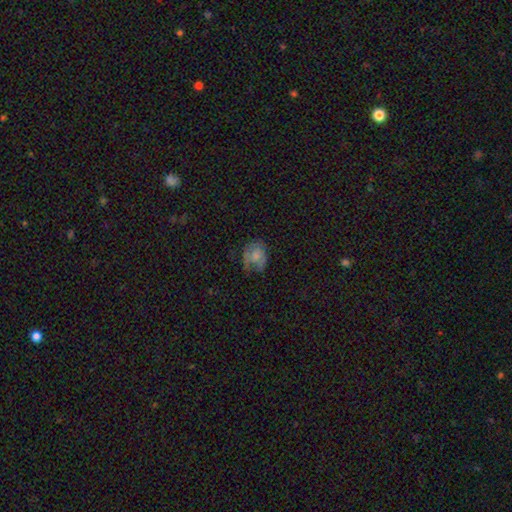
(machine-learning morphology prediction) This appears to be a smooth galaxy with no disk features (60%) that is in between round and cigar-shaped (52%). Merging: none (47%).